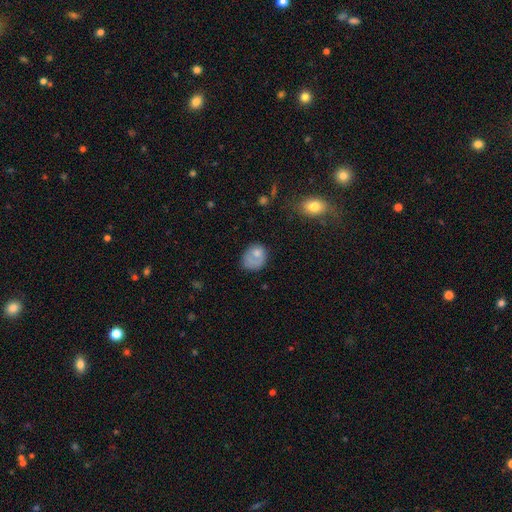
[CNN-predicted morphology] smooth_or_featured: smooth (p=0.70) [alt: featured or disk p=0.21]
how_rounded: round (p=0.58) [alt: in between p=0.41]
merging: none (p=0.45) [alt: minor disturbance p=0.26]